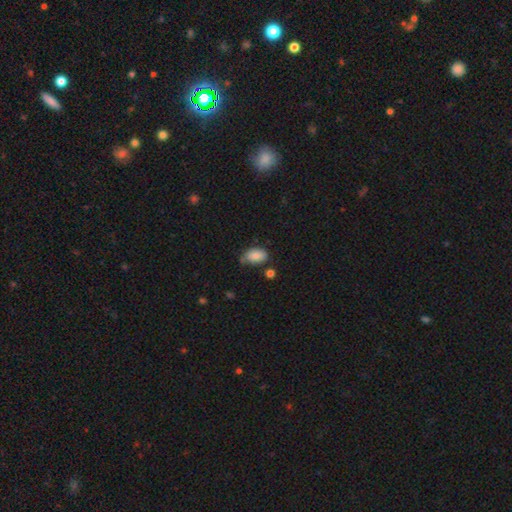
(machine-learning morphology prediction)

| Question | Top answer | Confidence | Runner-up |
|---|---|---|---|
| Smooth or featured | smooth | 80% | featured or disk (12%) |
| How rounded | in between | 89% | round (10%) |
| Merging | none | 65% | minor disturbance (24%) |